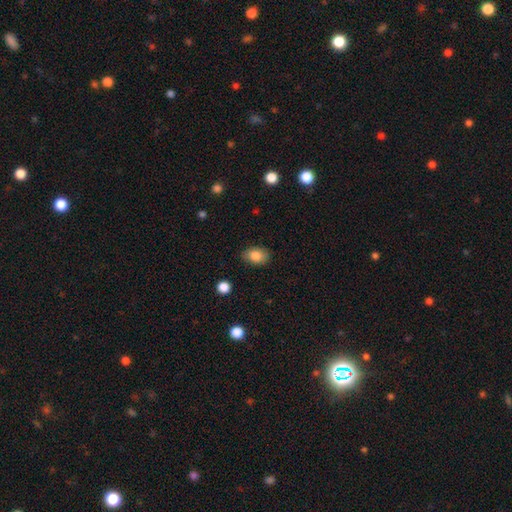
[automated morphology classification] A smooth galaxy with no disk features (85%) that is in between round and cigar-shaped (79%). Merging: none (84%).